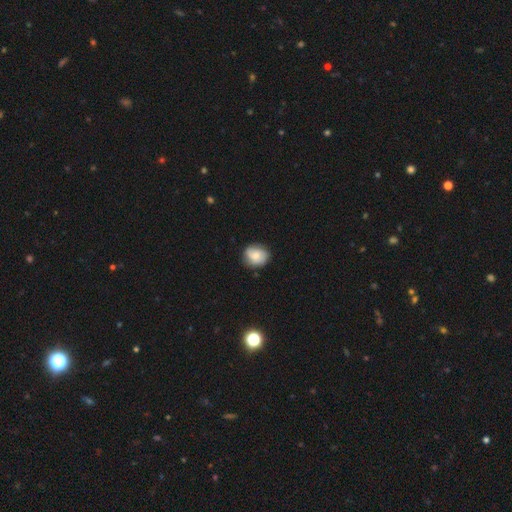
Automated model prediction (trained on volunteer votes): Q: Smooth or featured?
A: smooth (70%); runner-up: featured or disk (22%)
Q: How rounded?
A: round (68%); runner-up: in between (31%)
Q: Merging?
A: none (77%); runner-up: minor disturbance (18%)